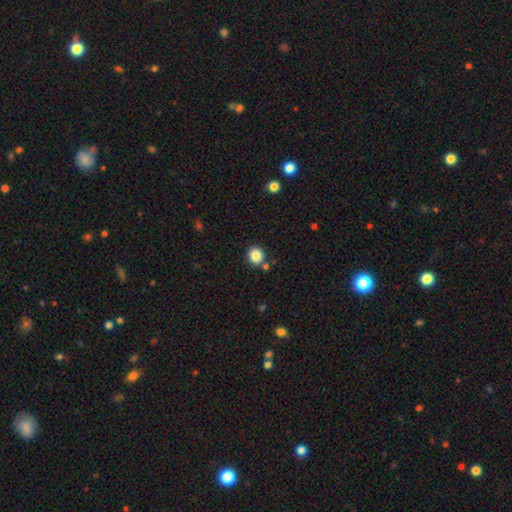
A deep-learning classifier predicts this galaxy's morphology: The model was most divided on "how rounded": round: 77%, in between: 22%, cigar-shaped: 1%. More confident: smooth or featured — smooth (85%); merging — none (81%).